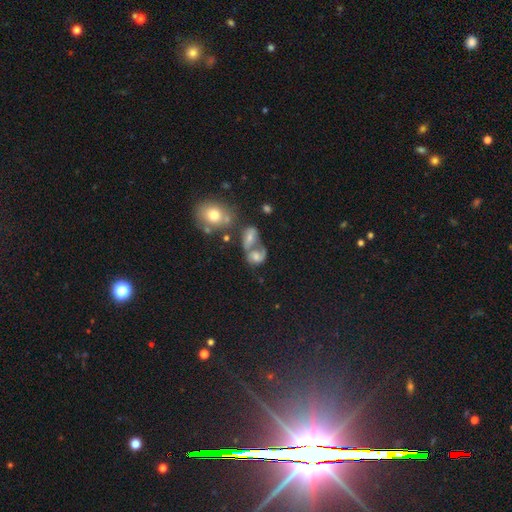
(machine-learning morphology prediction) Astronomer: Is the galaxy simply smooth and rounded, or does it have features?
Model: smooth — 47% (runner-up: featured or disk, 32%).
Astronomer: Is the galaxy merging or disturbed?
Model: merger — 49% (runner-up: none, 26%).